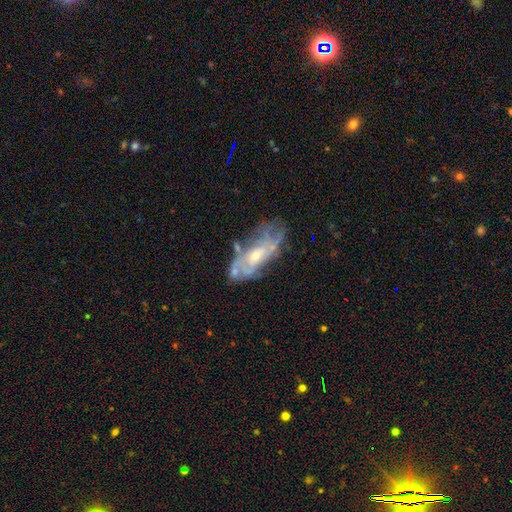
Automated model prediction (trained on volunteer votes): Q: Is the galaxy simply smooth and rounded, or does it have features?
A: featured or disk — 73%.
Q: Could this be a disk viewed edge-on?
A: no — 87%.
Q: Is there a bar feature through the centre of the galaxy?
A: no — 70%.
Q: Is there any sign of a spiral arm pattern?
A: yes — 64%.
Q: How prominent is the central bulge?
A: small — 55%.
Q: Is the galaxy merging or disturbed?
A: none — 54%.